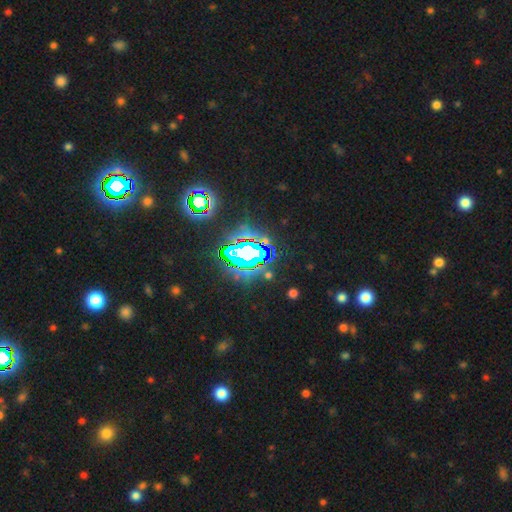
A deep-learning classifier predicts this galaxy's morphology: A star or artifact, not a galaxy (75%).